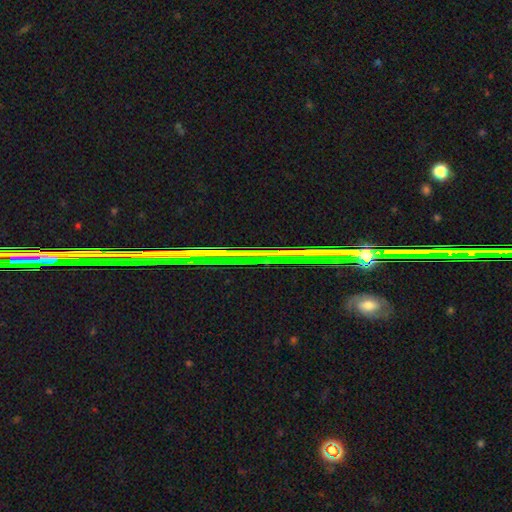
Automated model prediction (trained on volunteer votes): Smooth or featured? Predicted: star or artifact (p=0.84).